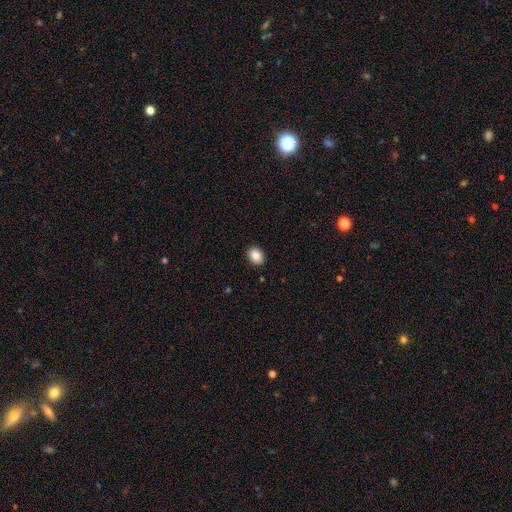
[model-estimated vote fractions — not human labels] This is clearly a smooth galaxy (88%). How rounded: likely in between (66%). Merging: clearly none (90%).